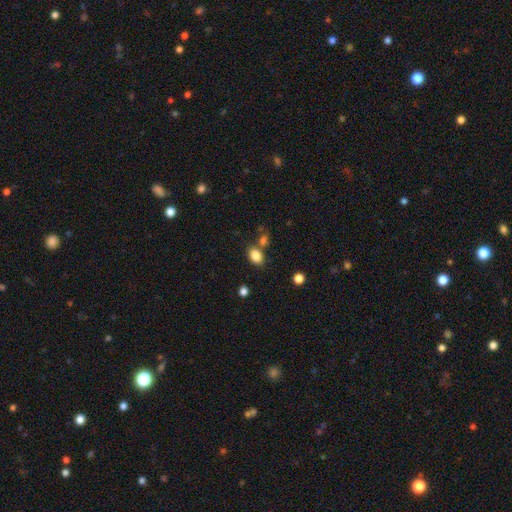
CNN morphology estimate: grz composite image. It shows a smooth galaxy with no disk features (85%) that is in between round and cigar-shaped (79%). Merging: none (67%).